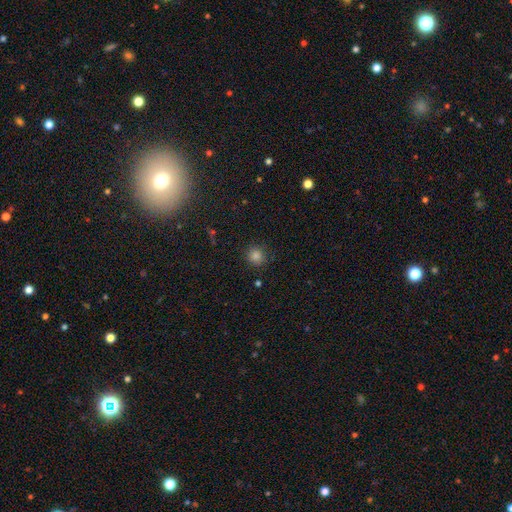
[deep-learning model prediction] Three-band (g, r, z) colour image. It shows a smooth galaxy with no disk features (78%) that is round (92%). Merging: none (88%).